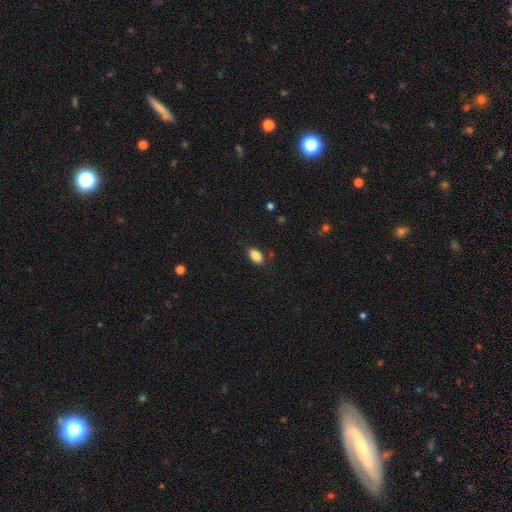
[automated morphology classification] Smooth or featured? smooth (86%)
How rounded? in between (91%)
Merging? none (83%)